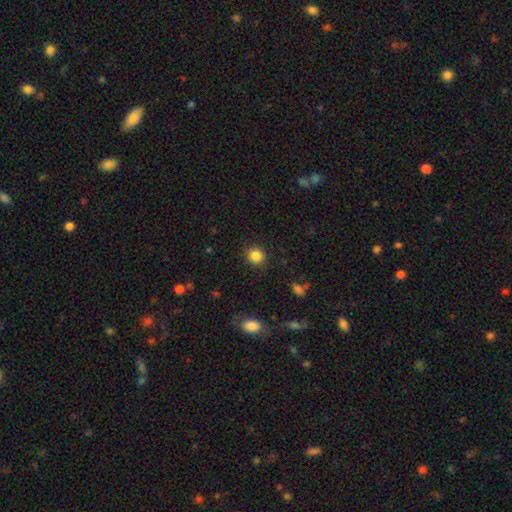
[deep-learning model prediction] The model was most divided on "how rounded": round: 84%, in between: 15%, cigar-shaped: 1%. More confident: merging — none (89%); smooth or featured — smooth (86%).